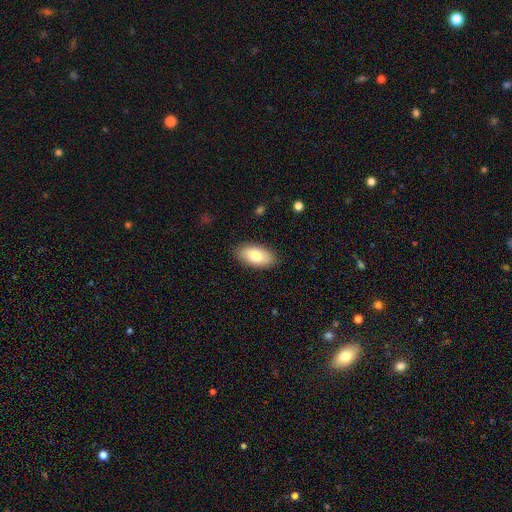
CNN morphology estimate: The model was most divided on "smooth or featured": smooth: 78%, featured or disk: 16%, star or artifact: 6%. More confident: how rounded — in between (93%); merging — none (87%).